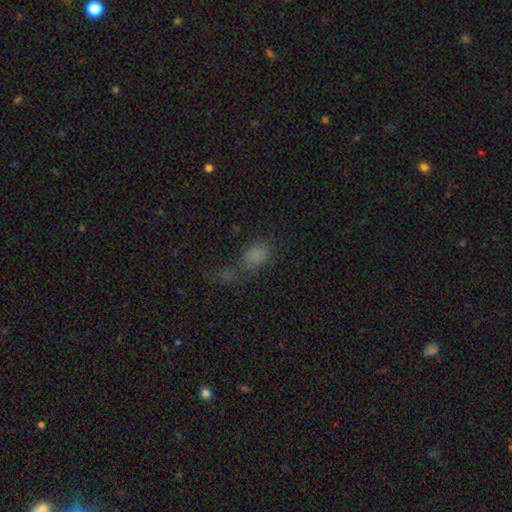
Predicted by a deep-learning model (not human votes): This is likely a smooth galaxy (69%). How rounded: likely in between (76%). Merging: marginally merger (35%, tied with none).